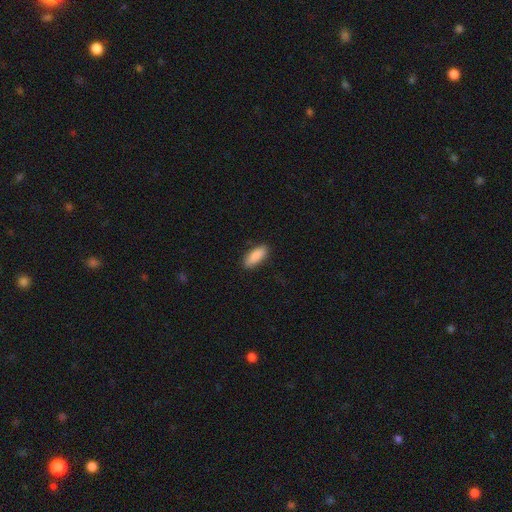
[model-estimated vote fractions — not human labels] Overall: smooth (88%). How rounded: in between (75%). Merging: none (88%).